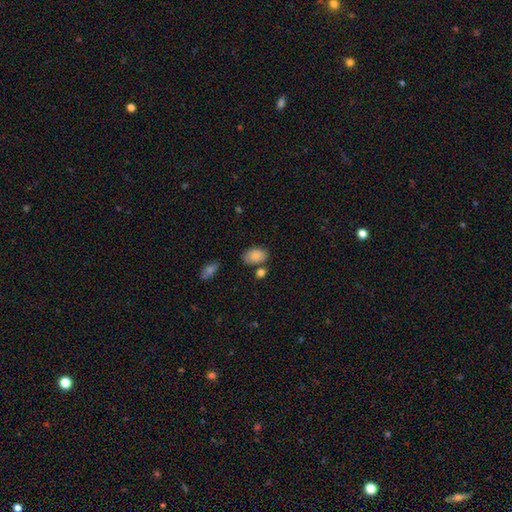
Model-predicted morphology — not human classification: Smooth or featured? Predicted: smooth (p=0.84). How rounded? Predicted: in between (p=0.86). Merging? Predicted: none (p=0.65).